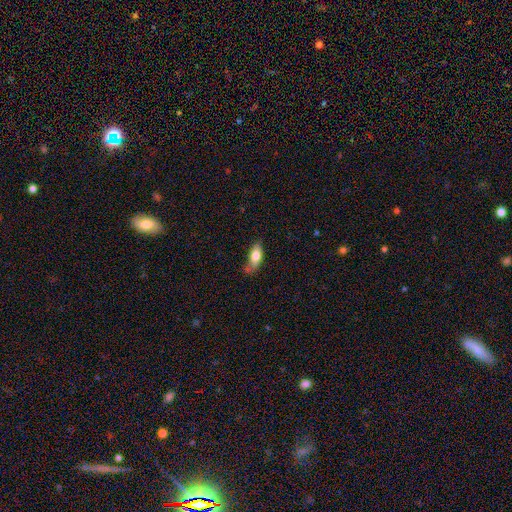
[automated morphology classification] This is likely a smooth galaxy (74%). How rounded: likely in between (78%). Merging: possibly none (48%).